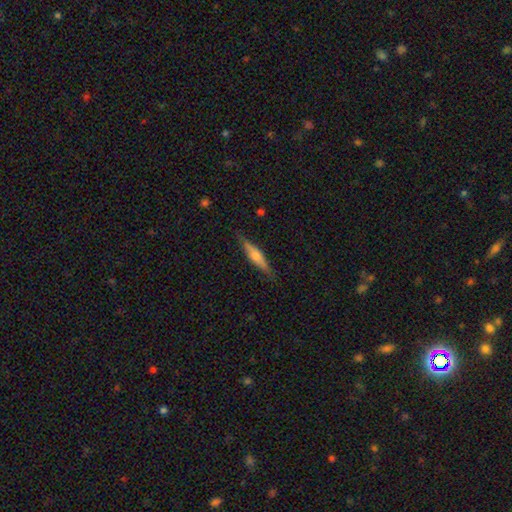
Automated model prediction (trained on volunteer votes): Smooth or featured: featured or disk — 61% (smooth — 33%)
Edge-on disk: yes — 96% (no — 4%)
Edge-on bulge: rounded — 88% (boxy — 7%)
Merging: none — 87% (minor disturbance — 10%)